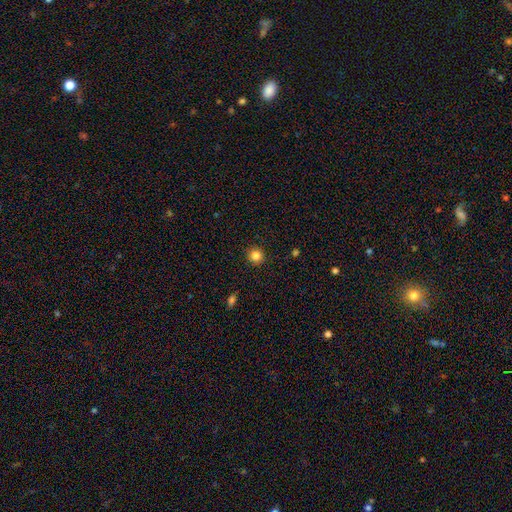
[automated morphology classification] The model was most divided on "smooth or featured": smooth: 85%, star or artifact: 11%, featured or disk: 4%. More confident: how rounded — round (94%); merging — none (92%).